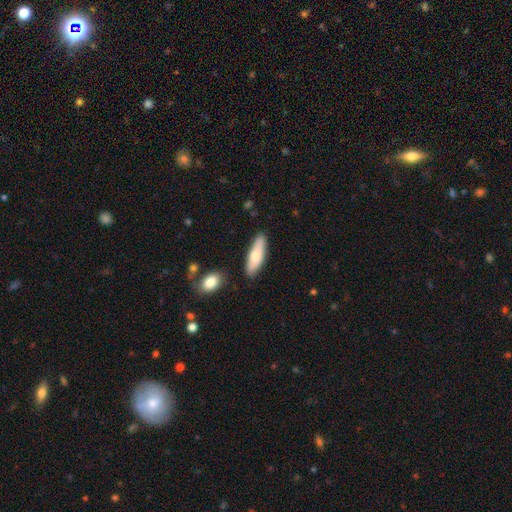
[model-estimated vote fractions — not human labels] Morphology: type=smooth (72%); roundness=cigar-shaped (52%); merging=none (83%).